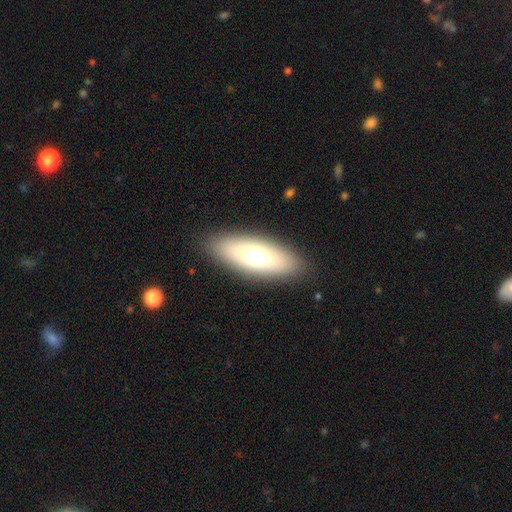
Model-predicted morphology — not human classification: This appears to be a smooth galaxy with no disk features (64%) that is in between round and cigar-shaped (69%). Merging: none (88%).